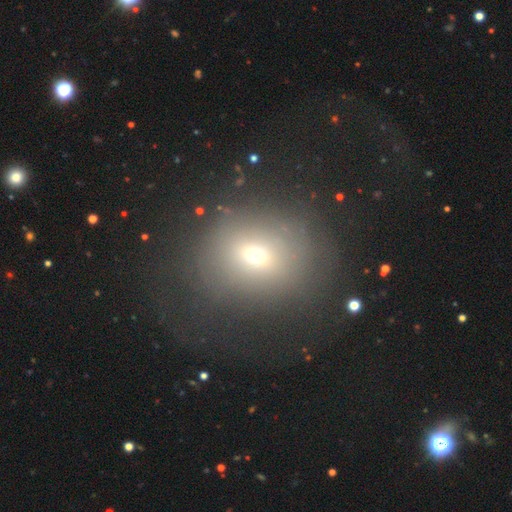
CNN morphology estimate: Q: Smooth or featured?
A: smooth (59%); runner-up: star or artifact (24%)
Q: How rounded?
A: round (74%); runner-up: in between (25%)
Q: Merging?
A: none (63%); runner-up: major disturbance (19%)